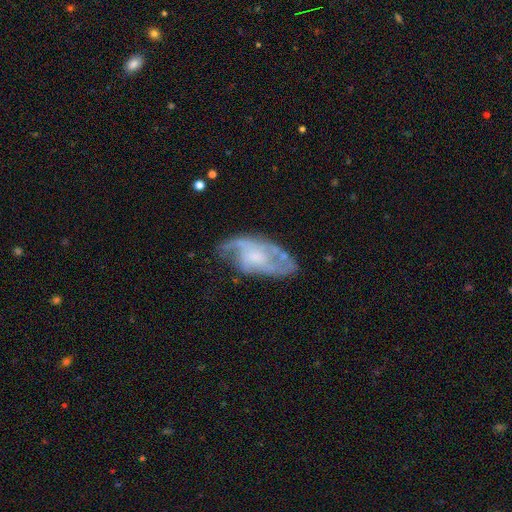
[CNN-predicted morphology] Smooth or featured? featured or disk (75%)
Edge-on disk? no (94%)
Bar? no (65%)
Spiral arms? yes (82%)
Spiral winding? medium (43%)
Spiral arm count? 2 (43%)
Bulge size? small (39%)
Merging? none (54%)